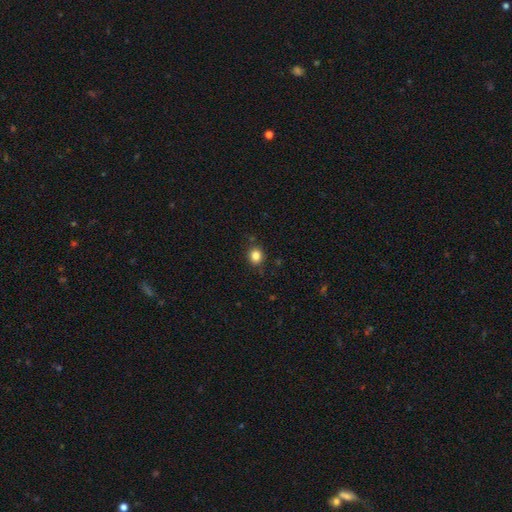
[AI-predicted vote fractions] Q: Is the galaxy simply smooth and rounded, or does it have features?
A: smooth — 84%.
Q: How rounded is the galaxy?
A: round — 78%.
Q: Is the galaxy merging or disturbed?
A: none — 85%.